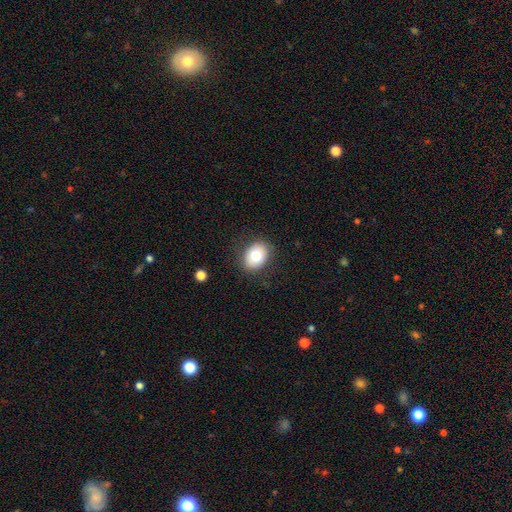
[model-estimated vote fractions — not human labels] Overall: smooth (76%). How rounded: in between (57%; round 43%). Merging: none (83%).